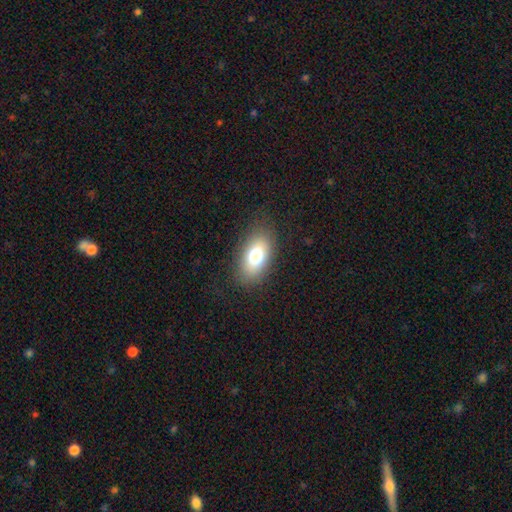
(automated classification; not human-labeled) Overall: smooth (74%). How rounded: in between (89%). Merging: none (83%).